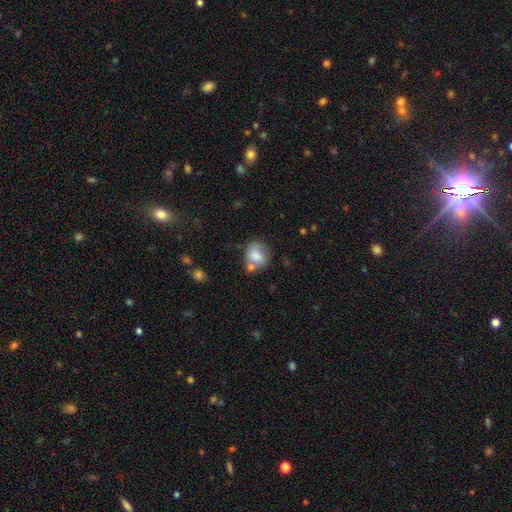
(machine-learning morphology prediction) A smooth galaxy with no disk features (72%) that is round (69%). Merging: none (48%).